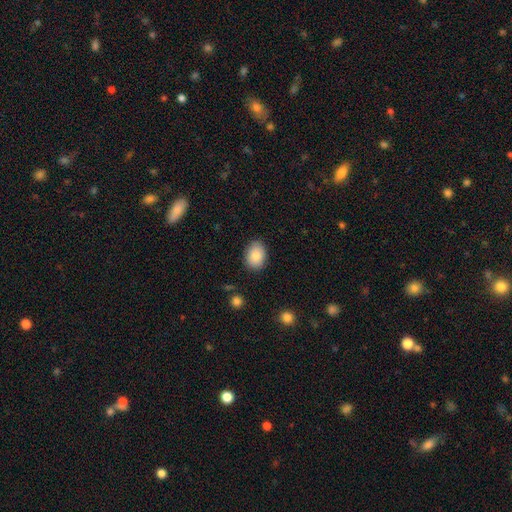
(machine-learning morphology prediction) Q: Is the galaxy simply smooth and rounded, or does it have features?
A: smooth — 85%.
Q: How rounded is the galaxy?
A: in between — 74%.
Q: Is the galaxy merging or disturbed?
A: none — 85%.